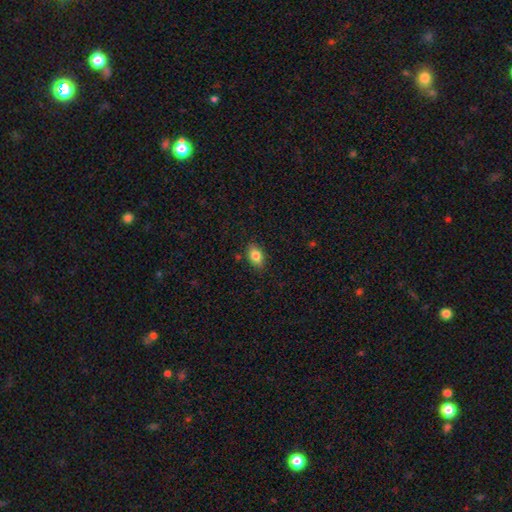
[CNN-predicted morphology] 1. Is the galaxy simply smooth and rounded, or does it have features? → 82% smooth, 9% featured or disk, 8% star or artifact.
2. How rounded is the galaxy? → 87% in between, 10% round, 3% cigar-shaped.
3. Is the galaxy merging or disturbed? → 84% none, 12% minor disturbance, 2% major disturbance, 2% merger.